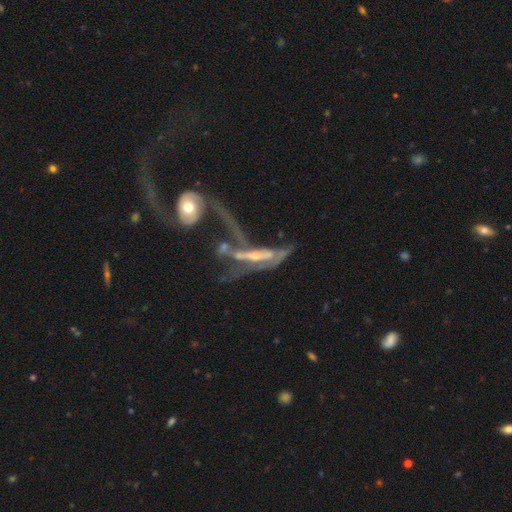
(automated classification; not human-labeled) Overall: featured or disk (74%). Edge-on disk: no (64%; yes 36%). Merging: merger (45%; major disturbance 31%).